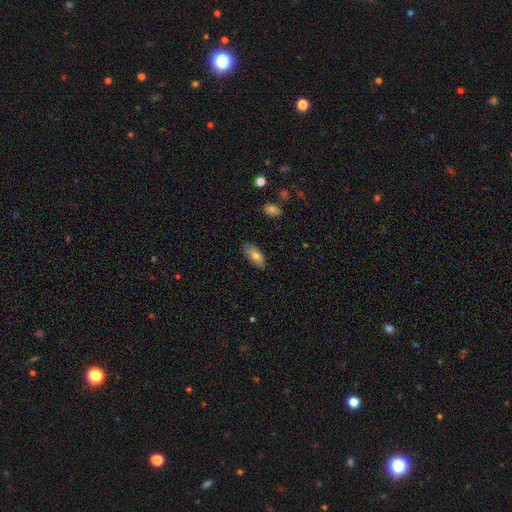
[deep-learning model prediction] smooth_or_featured: smooth (p=0.74) [alt: featured or disk p=0.20]
how_rounded: in between (p=0.84) [alt: cigar-shaped p=0.13]
merging: none (p=0.83) [alt: minor disturbance p=0.14]